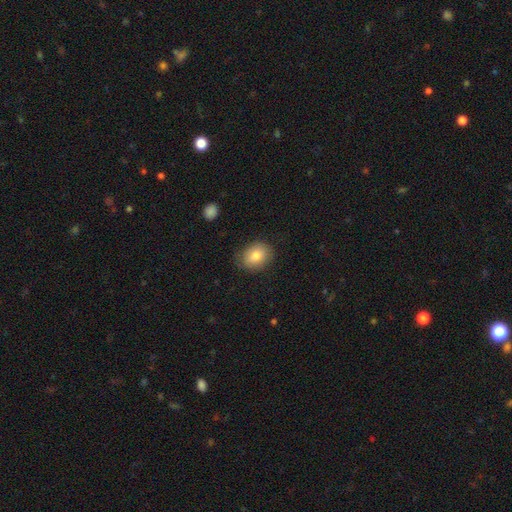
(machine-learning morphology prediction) smooth-or-featured: smooth: 82% | featured or disk: 10% | star or artifact: 8%
  how-rounded: in between: 63% | round: 36% | cigar-shaped: 1%
  merging: none: 81% | minor disturbance: 15% | major disturbance: 3% | merger: 1%